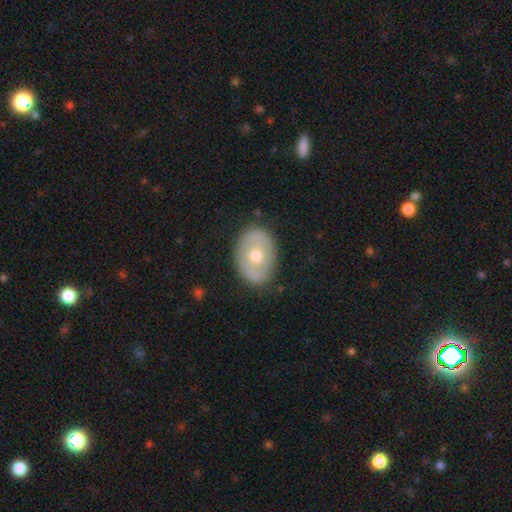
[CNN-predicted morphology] Smooth or featured?
  - smooth: 48% *
  - featured or disk: 46%
  - star or artifact: 6%
Merging?
  - none: 83% *
  - minor disturbance: 12%
  - major disturbance: 3%
  - merger: 1%